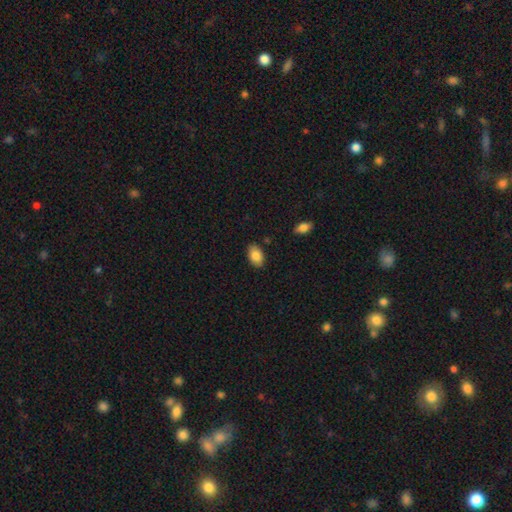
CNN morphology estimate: A smooth galaxy with no disk features (85%) that is in between round and cigar-shaped (92%).

Vote fractions:
- Smooth or featured? smooth: 85% / featured or disk: 8% / star or artifact: 7%
- How rounded? in between: 92% / round: 7% / cigar-shaped: 1%
- Merging? none: 86% / minor disturbance: 10% / major disturbance: 2% / merger: 2%